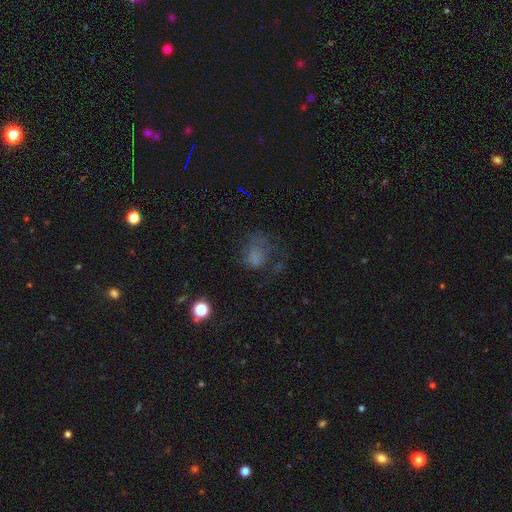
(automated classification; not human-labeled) This is possibly a smooth galaxy (57%). How rounded: possibly in between (51%). Merging: marginally major disturbance (39%).